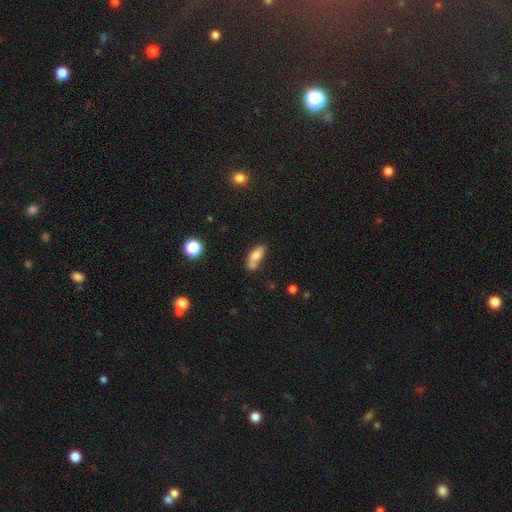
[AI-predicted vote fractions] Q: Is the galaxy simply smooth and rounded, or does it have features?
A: smooth — 69%.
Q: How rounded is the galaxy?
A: in between — 73%.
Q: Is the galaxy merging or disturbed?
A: none — 48%.